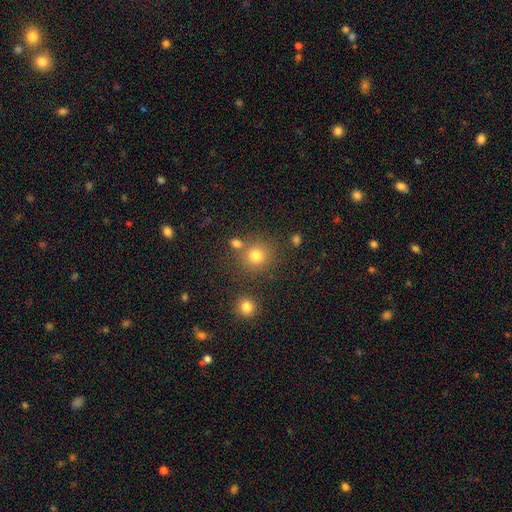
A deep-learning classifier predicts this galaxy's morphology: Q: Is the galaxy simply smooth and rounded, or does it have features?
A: smooth — 78%.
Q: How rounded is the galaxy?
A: round — 87%.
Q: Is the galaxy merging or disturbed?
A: none — 74%.